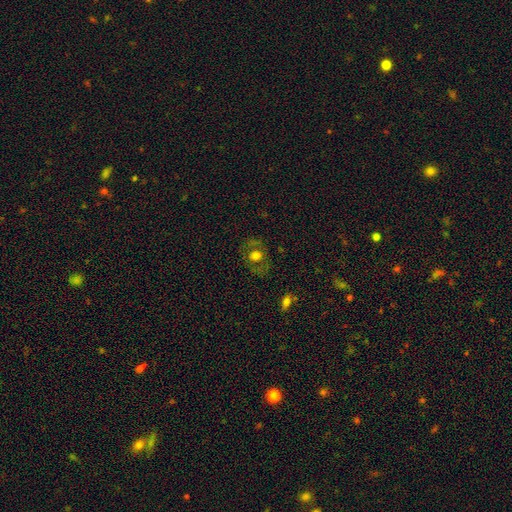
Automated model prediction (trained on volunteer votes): Smooth or featured? smooth (53%)
How rounded? round (66%)
Merging? none (77%)